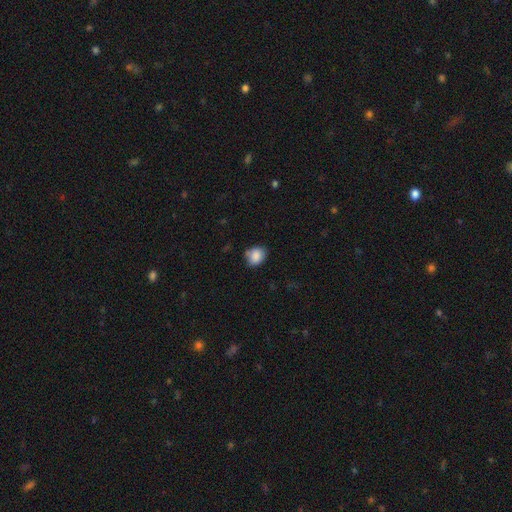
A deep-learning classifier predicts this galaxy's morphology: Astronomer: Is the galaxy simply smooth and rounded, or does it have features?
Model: smooth — 86%.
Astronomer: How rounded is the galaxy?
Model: round — 51% (runner-up: in between, 48%).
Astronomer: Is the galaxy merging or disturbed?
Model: none — 71%.